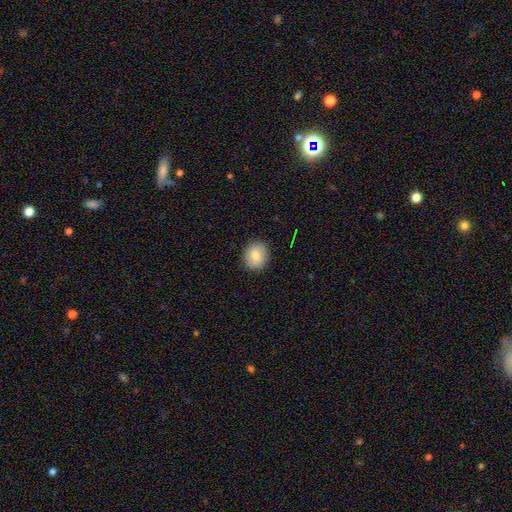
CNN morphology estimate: Smooth or featured? Predicted: smooth (p=0.82). How rounded? Predicted: round (p=0.74). Merging? Predicted: none (p=0.89).